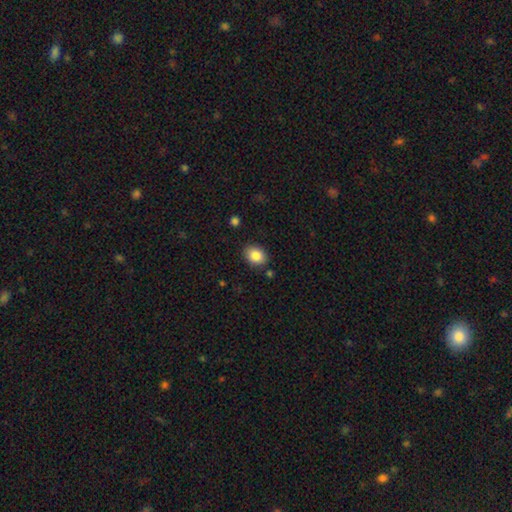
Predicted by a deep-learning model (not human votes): Smooth or featured? smooth (86%)
How rounded? in between (64%)
Merging? none (85%)